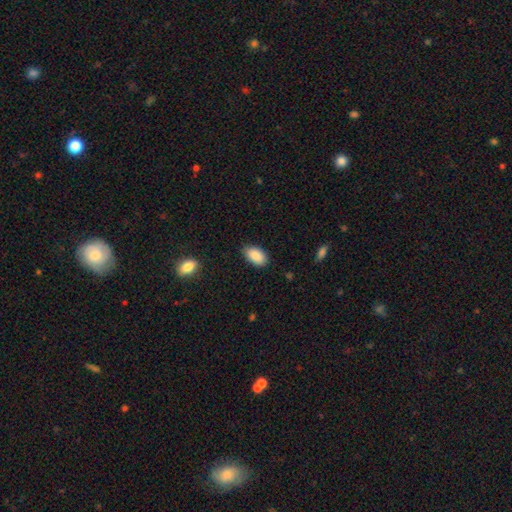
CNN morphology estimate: A smooth galaxy with no disk features (88%) that is in between round and cigar-shaped (93%). Merging: none (82%).